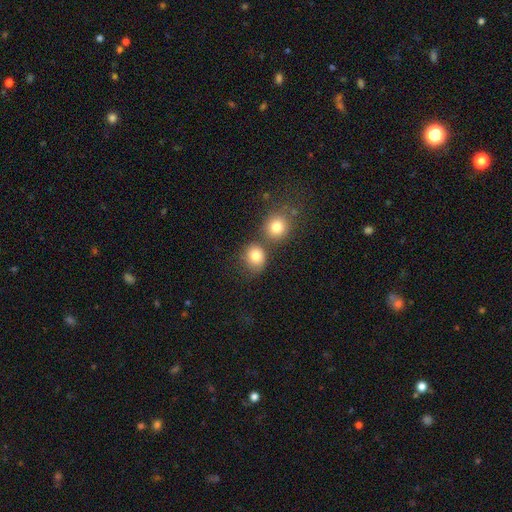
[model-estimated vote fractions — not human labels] The model was most divided on "merging": none: 58%, merger: 25%, minor disturbance: 12%, major disturbance: 5%. More confident: smooth or featured — smooth (80%); how rounded — round (74%).